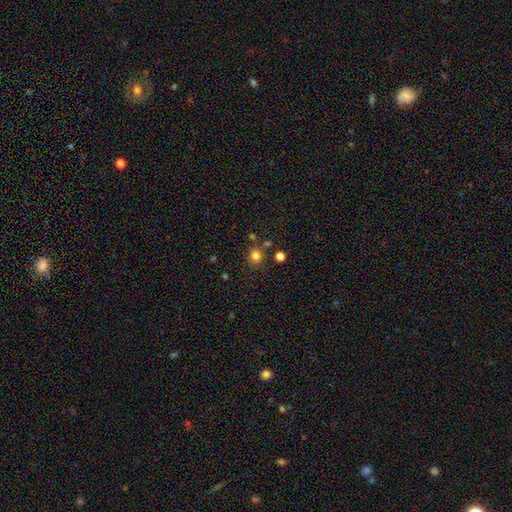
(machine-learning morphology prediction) A smooth galaxy with no disk features (80%) that is round (89%). Merging: none (78%).